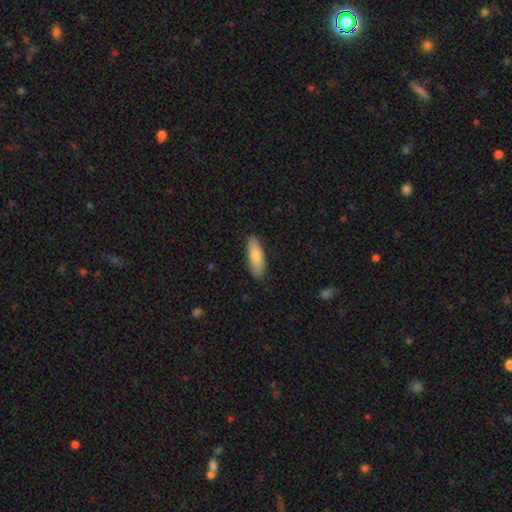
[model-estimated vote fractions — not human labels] The model was most divided on "how rounded": in between: 63%, cigar-shaped: 35%, round: 2%. More confident: merging — none (86%); smooth or featured — smooth (84%).